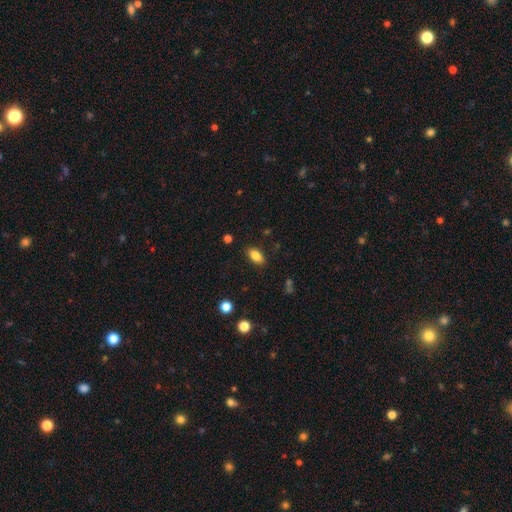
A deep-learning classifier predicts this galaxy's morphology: A smooth galaxy with no disk features (84%) that is in between round and cigar-shaped (89%).

Vote fractions:
- Smooth or featured? smooth: 84% / star or artifact: 9% / featured or disk: 7%
- How rounded? in between: 89% / cigar-shaped: 6% / round: 5%
- Merging? none: 86% / minor disturbance: 10% / major disturbance: 3% / merger: 1%